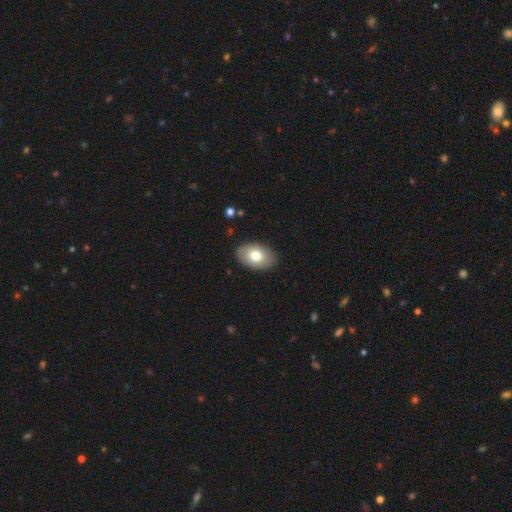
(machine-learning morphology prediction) The model was most divided on "smooth or featured": smooth: 75%, featured or disk: 19%, star or artifact: 7%. More confident: how rounded — in between (90%); merging — none (88%).